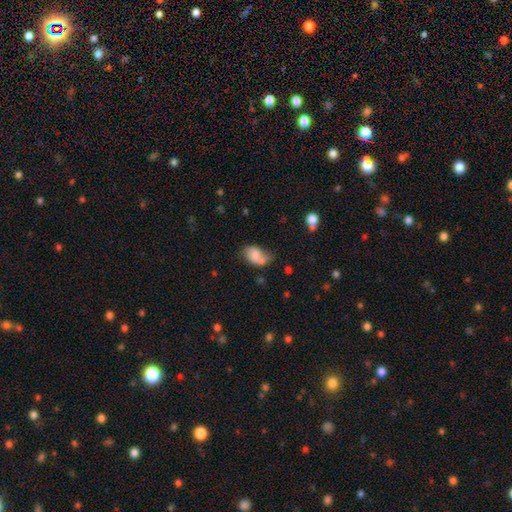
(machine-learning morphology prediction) The model was most divided on "merging": none: 34%, minor disturbance: 27%, merger: 26%, major disturbance: 14%. More confident: how rounded — in between (82%); smooth or featured — smooth (71%).